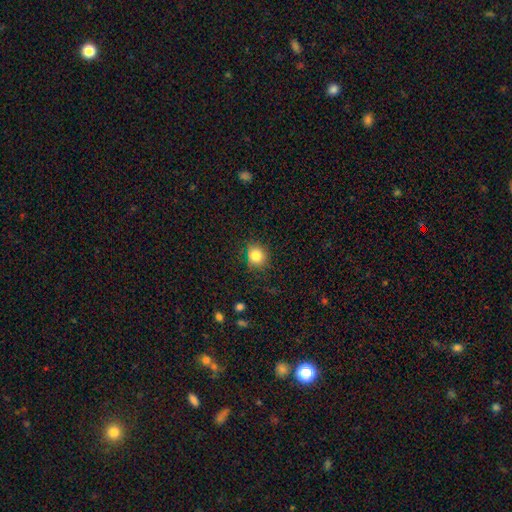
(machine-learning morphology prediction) A smooth galaxy with no disk features (82%) that is round (80%).

Vote fractions:
- Smooth or featured? smooth: 82% / star or artifact: 11% / featured or disk: 6%
- How rounded? round: 80% / in between: 19% / cigar-shaped: 1%
- Merging? none: 83% / minor disturbance: 13% / major disturbance: 4% / merger: 1%